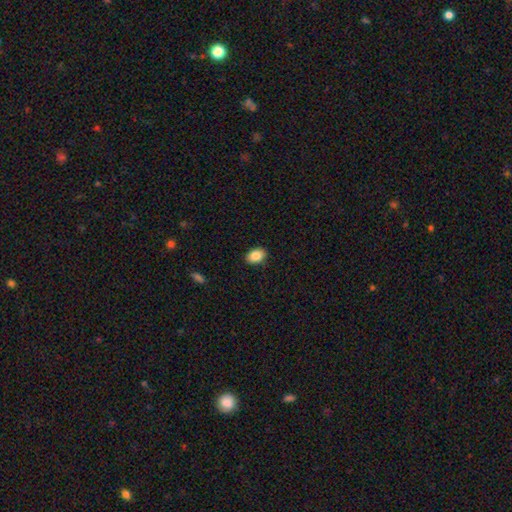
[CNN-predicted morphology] This is clearly a smooth galaxy (86%). How rounded: clearly in between (83%). Merging: clearly none (89%).